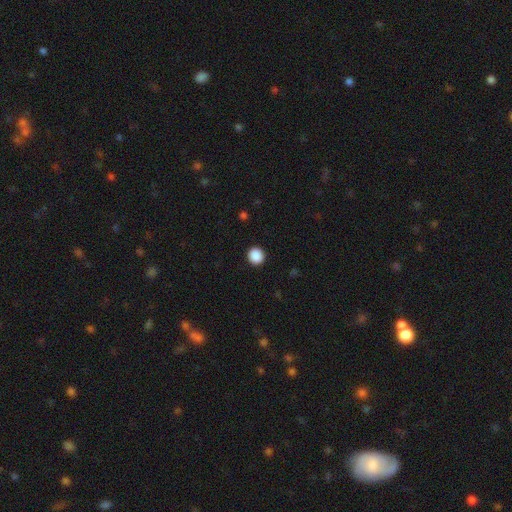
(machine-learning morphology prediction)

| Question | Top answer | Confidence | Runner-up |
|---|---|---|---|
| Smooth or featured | smooth | 89% | star or artifact (9%) |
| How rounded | round | 90% | in between (9%) |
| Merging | none | 93% | minor disturbance (4%) |